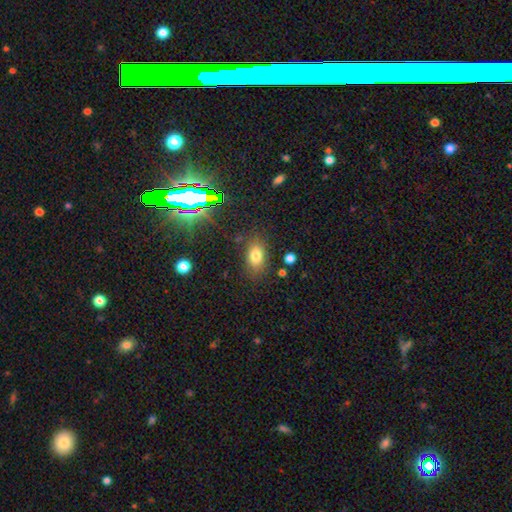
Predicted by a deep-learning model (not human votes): Q: Smooth or featured?
A: smooth (76%); runner-up: star or artifact (15%)
Q: How rounded?
A: in between (83%); runner-up: round (14%)
Q: Merging?
A: none (79%); runner-up: minor disturbance (13%)